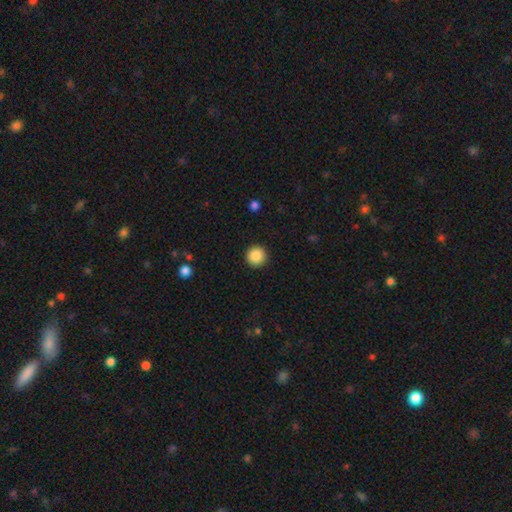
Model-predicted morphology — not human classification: Smooth or featured?
  - smooth: 88% *
  - star or artifact: 9%
  - featured or disk: 3%
How rounded?
  - round: 96% *
  - in between: 3%
  - cigar-shaped: 1%
Merging?
  - none: 92% *
  - minor disturbance: 5%
  - major disturbance: 2%
  - merger: 1%